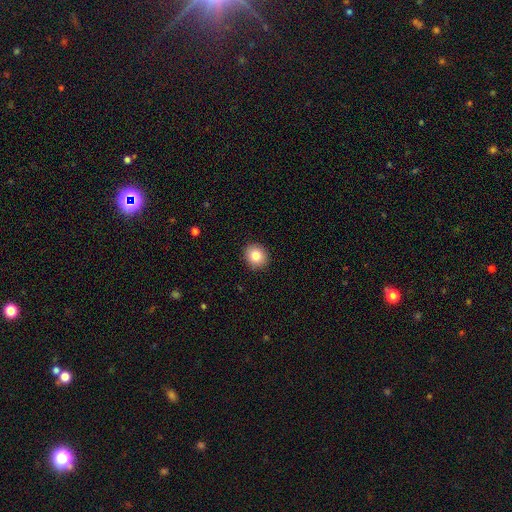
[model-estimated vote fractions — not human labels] Morphology: type=smooth (83%); roundness=round (81%); merging=none (91%).